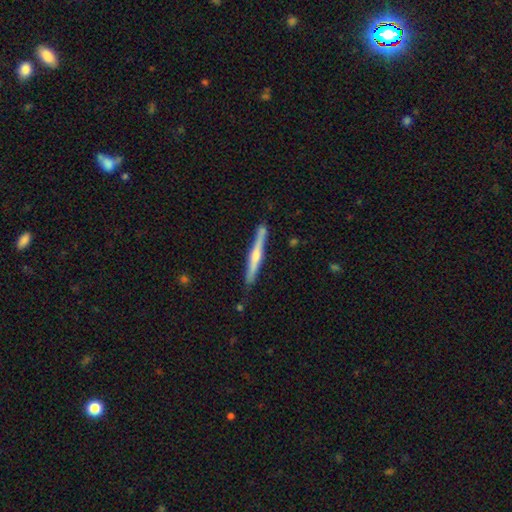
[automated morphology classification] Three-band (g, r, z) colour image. It shows a featured or disk galaxy (71%) viewed edge-on (97%) with a rounded central bulge (82%). Merging: none (88%).